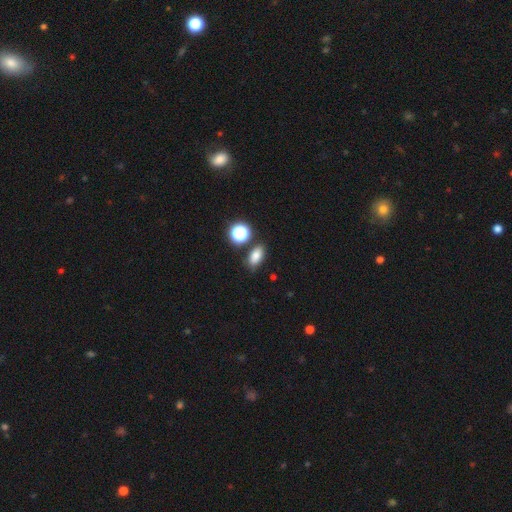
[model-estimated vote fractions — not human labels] smooth-or-featured: smooth: 79% | star or artifact: 14% | featured or disk: 7%
  how-rounded: in between: 83% | round: 14% | cigar-shaped: 3%
  merging: none: 78% | minor disturbance: 12% | merger: 7% | major disturbance: 3%